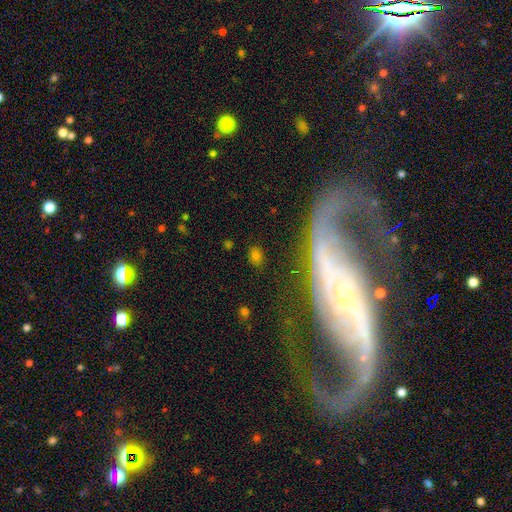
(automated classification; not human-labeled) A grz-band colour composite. It shows a smooth galaxy with no disk features (68%) that is in between round and cigar-shaped (58%). Merging: none (82%).